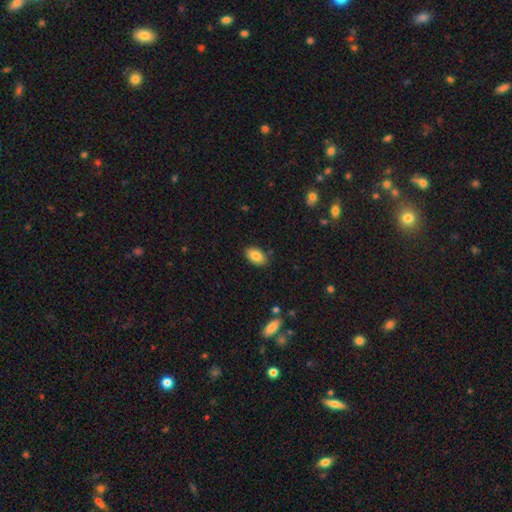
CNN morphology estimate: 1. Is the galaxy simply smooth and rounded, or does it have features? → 83% smooth, 9% featured or disk, 8% star or artifact.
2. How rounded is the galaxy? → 92% in between, 7% round, 2% cigar-shaped.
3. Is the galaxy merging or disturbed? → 84% none, 12% minor disturbance, 2% major disturbance, 2% merger.